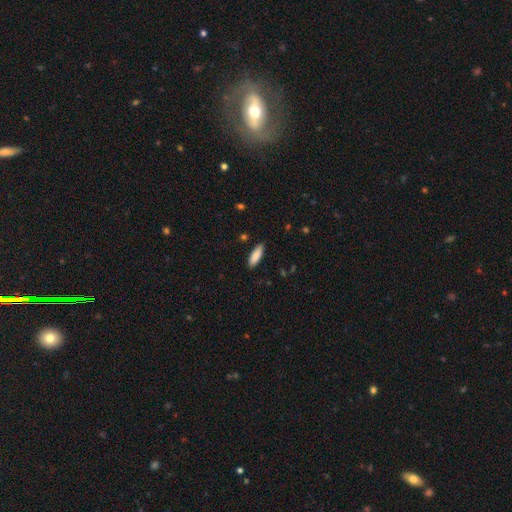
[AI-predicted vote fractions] This appears to be a smooth galaxy with no disk features (88%) that is in between round and cigar-shaped (54%). Merging: none (87%).